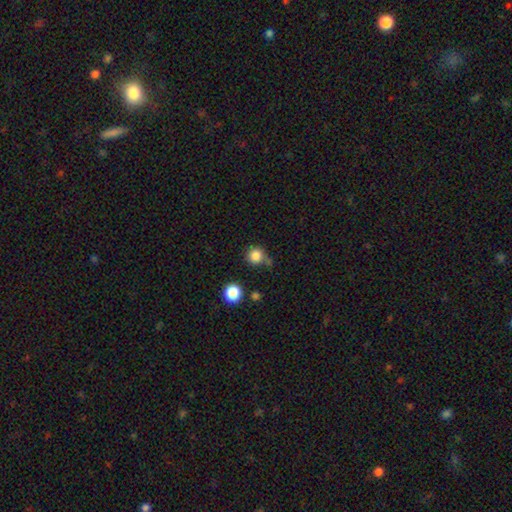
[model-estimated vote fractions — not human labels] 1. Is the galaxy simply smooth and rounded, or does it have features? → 83% smooth, 12% star or artifact, 4% featured or disk.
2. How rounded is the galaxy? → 93% round, 6% in between, 1% cigar-shaped.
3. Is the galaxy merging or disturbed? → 67% none, 18% minor disturbance, 9% merger, 6% major disturbance.